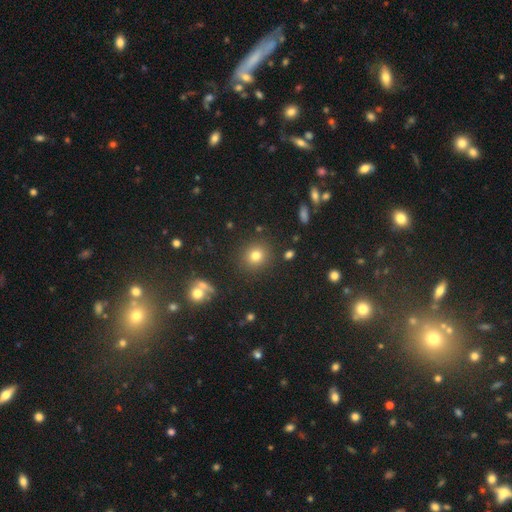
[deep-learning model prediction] Smooth or featured?
  - smooth: 76% *
  - star or artifact: 16%
  - featured or disk: 8%
How rounded?
  - round: 88% *
  - in between: 11%
  - cigar-shaped: 1%
Merging?
  - none: 88% *
  - minor disturbance: 7%
  - major disturbance: 3%
  - merger: 3%